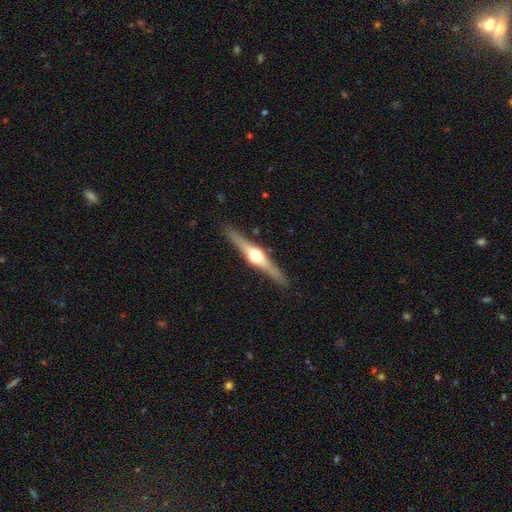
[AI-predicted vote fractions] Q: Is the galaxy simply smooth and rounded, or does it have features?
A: featured or disk — 79%.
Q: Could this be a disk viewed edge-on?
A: yes — 98%.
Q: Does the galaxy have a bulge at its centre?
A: rounded — 95%.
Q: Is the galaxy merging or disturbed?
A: none — 90%.